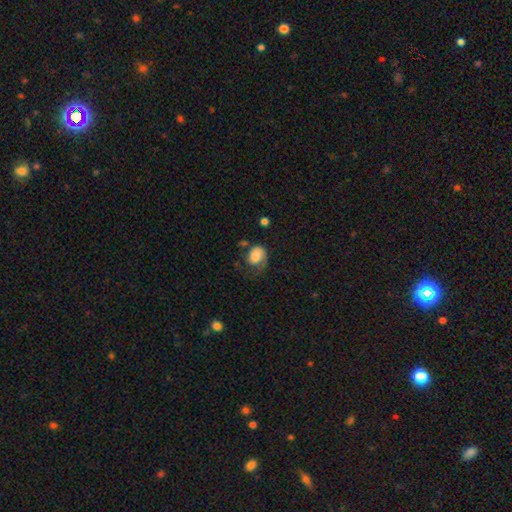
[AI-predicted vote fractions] Smooth or featured: smooth — 63% (featured or disk — 29%)
How rounded: in between — 64% (round — 35%)
Merging: major disturbance — 40% (none — 31%)